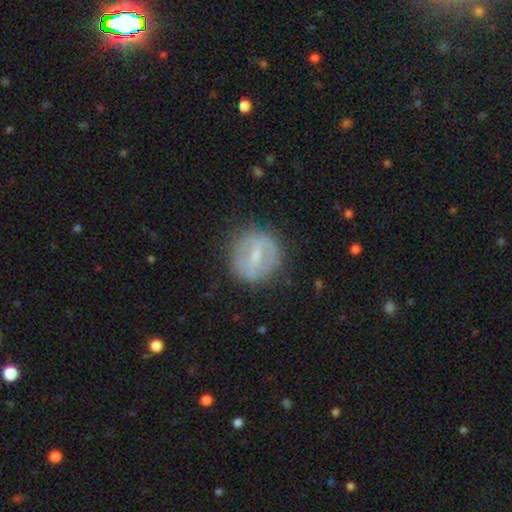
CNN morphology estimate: Smooth or featured?
  - featured or disk: 57% *
  - smooth: 36%
  - star or artifact: 7%
Edge-on disk?
  - no: 91% *
  - yes: 9%
Bar?
  - strong: 49% *
  - weak: 38%
  - no: 13%
Spiral arms?
  - no: 73% *
  - yes: 27%
Bulge size?
  - small: 55% *
  - moderate: 33%
  - none: 10%
  - large: 2%
  - dominant: 1%
Merging?
  - none: 81% *
  - minor disturbance: 12%
  - major disturbance: 5%
  - merger: 1%